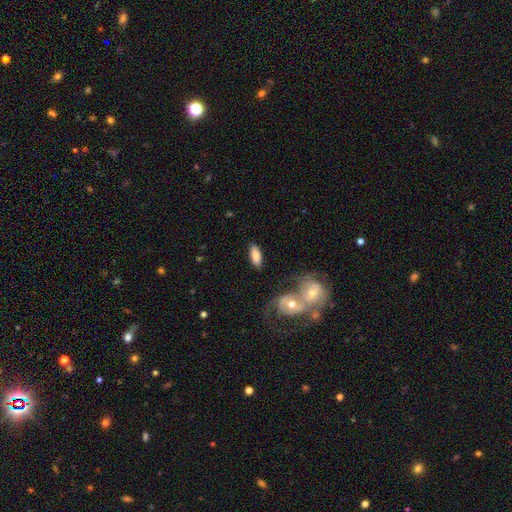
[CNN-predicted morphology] smooth-or-featured: smooth: 77% | featured or disk: 16% | star or artifact: 7%
  how-rounded: in between: 77% | cigar-shaped: 21% | round: 2%
  merging: none: 76% | minor disturbance: 13% | merger: 7% | major disturbance: 4%